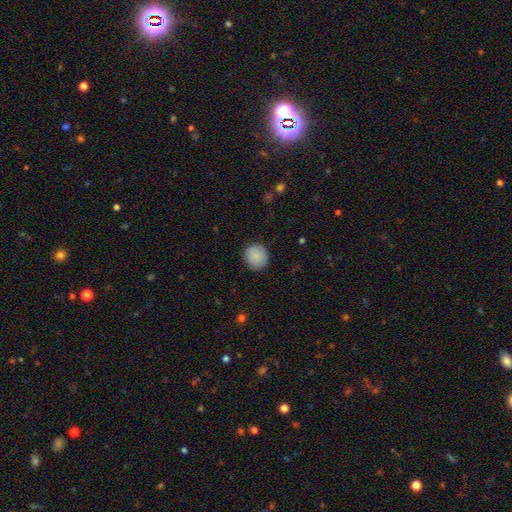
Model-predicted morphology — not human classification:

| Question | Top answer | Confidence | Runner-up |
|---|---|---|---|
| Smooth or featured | smooth | 87% | star or artifact (7%) |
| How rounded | round | 90% | in between (9%) |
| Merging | none | 87% | minor disturbance (10%) |